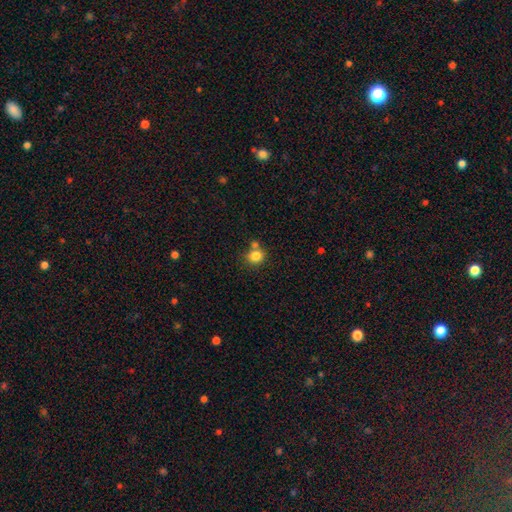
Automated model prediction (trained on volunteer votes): Smooth or featured? Predicted: smooth (p=0.82). How rounded? Predicted: round (p=0.81). Merging? Predicted: none (p=0.63).